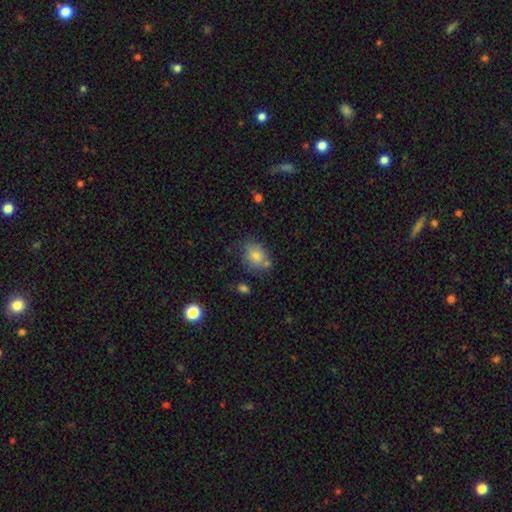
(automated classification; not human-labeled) Smooth or featured? Predicted: smooth (p=0.79). How rounded? Predicted: in between (p=0.54). Merging? Predicted: none (p=0.68).